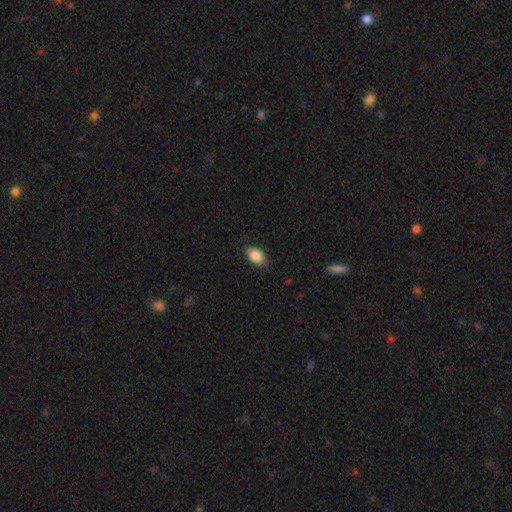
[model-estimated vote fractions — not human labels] smooth 87%, star or artifact 8%, featured or disk 6%. Down the decision tree: how rounded — in between (84%); merging — none (83%).